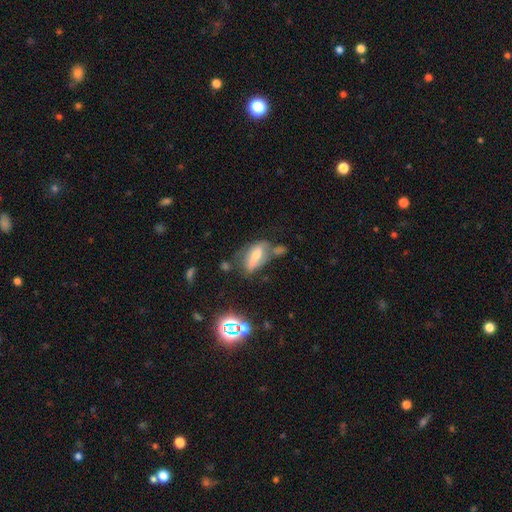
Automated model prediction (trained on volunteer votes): A smooth galaxy with no disk features (49%). Merging: none (35%).